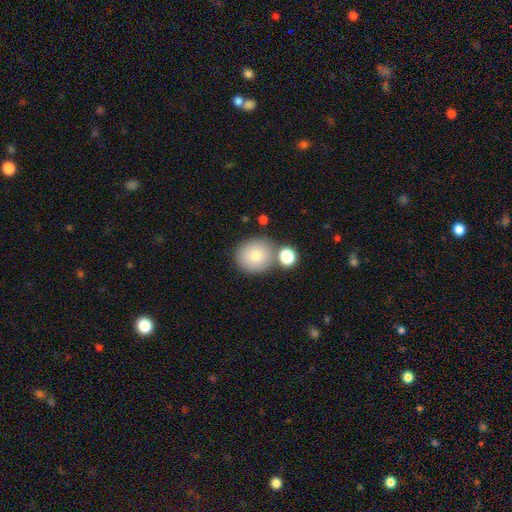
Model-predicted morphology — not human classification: Smooth or featured?
  - smooth: 80% *
  - featured or disk: 11%
  - star or artifact: 9%
How rounded?
  - round: 88% *
  - in between: 11%
  - cigar-shaped: 1%
Merging?
  - none: 72% *
  - merger: 14%
  - minor disturbance: 11%
  - major disturbance: 3%